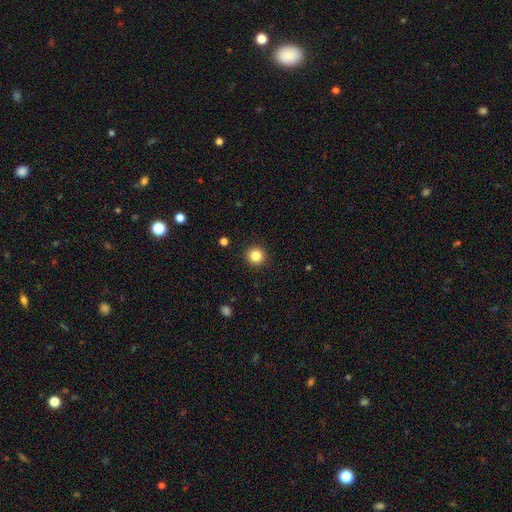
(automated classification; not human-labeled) smooth_or_featured: smooth (p=0.84) [alt: star or artifact p=0.11]
how_rounded: round (p=0.93) [alt: in between p=0.06]
merging: none (p=0.92) [alt: minor disturbance p=0.05]